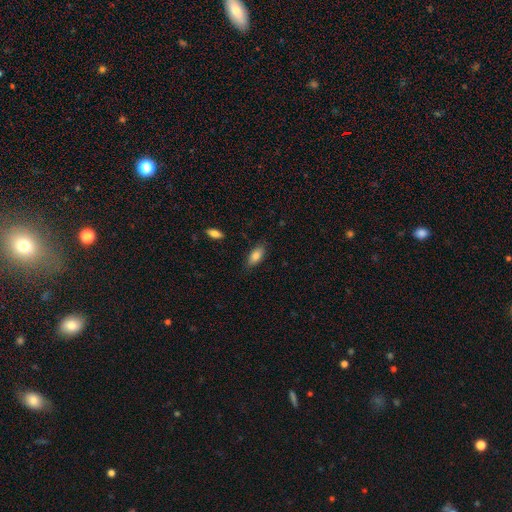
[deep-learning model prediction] smooth-or-featured: smooth: 84% | featured or disk: 9% | star or artifact: 7%
  how-rounded: in between: 88% | cigar-shaped: 9% | round: 3%
  merging: none: 83% | minor disturbance: 13% | major disturbance: 3% | merger: 1%